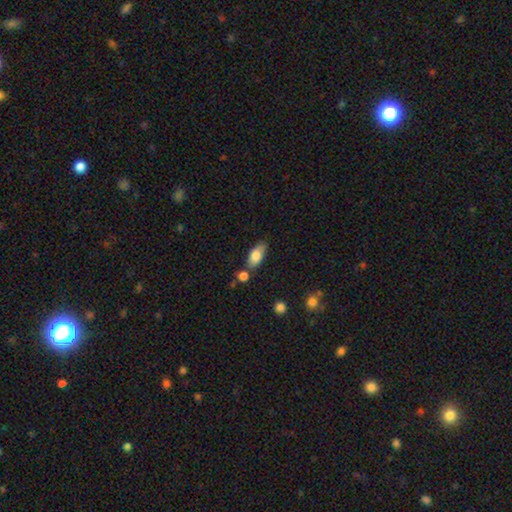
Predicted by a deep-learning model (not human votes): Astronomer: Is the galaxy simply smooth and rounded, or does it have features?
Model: smooth — 78%.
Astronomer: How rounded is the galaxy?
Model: in between — 84%.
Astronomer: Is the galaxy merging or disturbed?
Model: none — 63%.